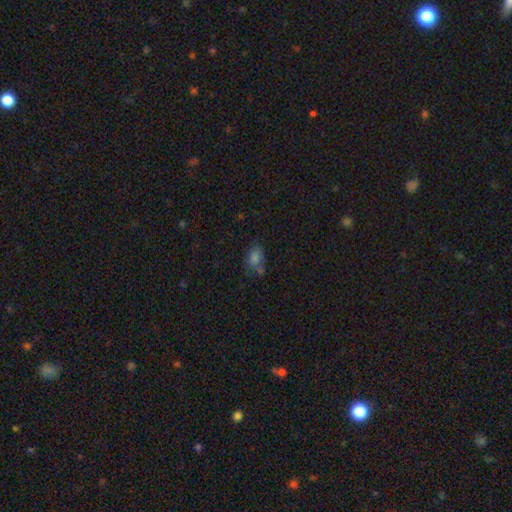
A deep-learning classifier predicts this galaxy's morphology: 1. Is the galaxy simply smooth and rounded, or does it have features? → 63% smooth, 27% star or artifact, 10% featured or disk.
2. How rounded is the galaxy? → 76% in between, 20% round, 3% cigar-shaped.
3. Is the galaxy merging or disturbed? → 62% none, 18% minor disturbance, 14% merger, 7% major disturbance.